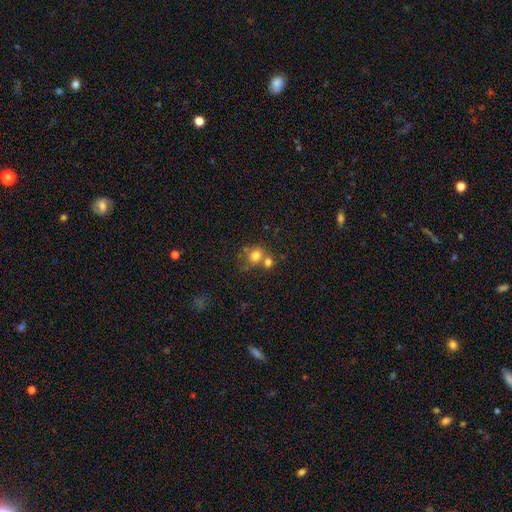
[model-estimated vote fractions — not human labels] A smooth galaxy with no disk features (75%) that is round (60%).

Vote fractions:
- Smooth or featured? smooth: 75% / featured or disk: 13% / star or artifact: 12%
- How rounded? round: 60% / in between: 39% / cigar-shaped: 1%
- Merging? merger: 43% / none: 39% / minor disturbance: 11% / major disturbance: 6%